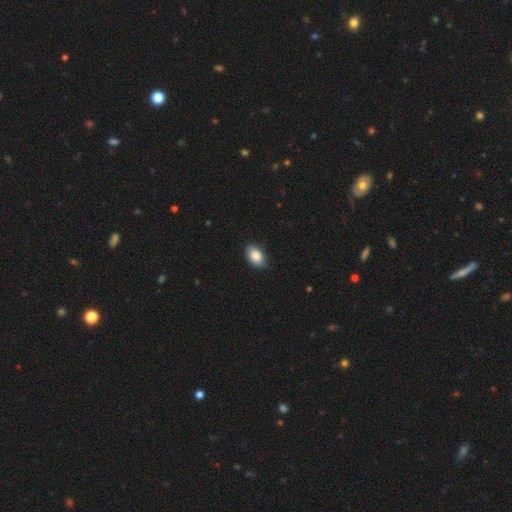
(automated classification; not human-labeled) This appears to be a smooth galaxy with no disk features (86%) that is in between round and cigar-shaped (90%). Merging: none (86%).